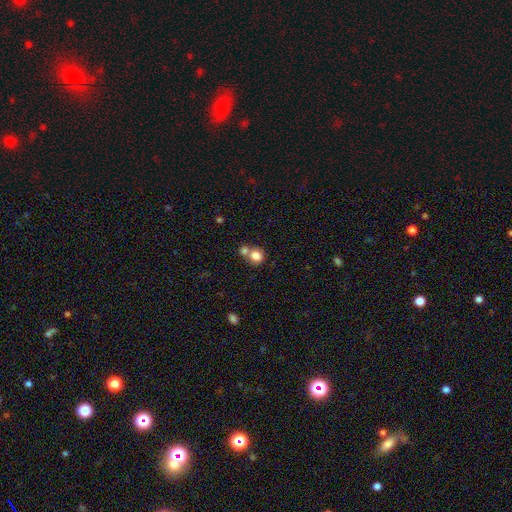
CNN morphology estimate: This is clearly a smooth galaxy (80%). How rounded: clearly round (84%). Merging: possibly merger (45%).